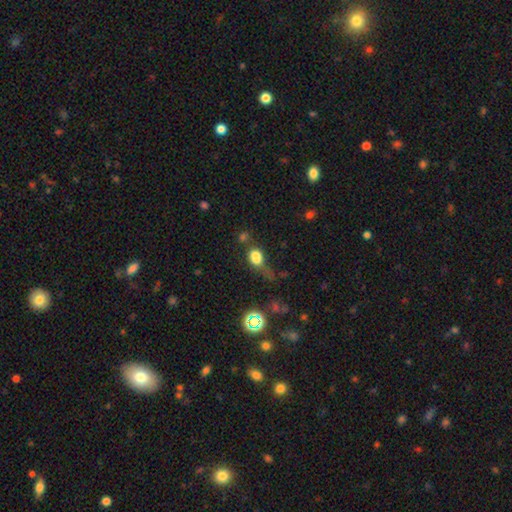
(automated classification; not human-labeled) This is likely a smooth galaxy (75%). How rounded: possibly in between (55%). Merging: marginally none (35%).